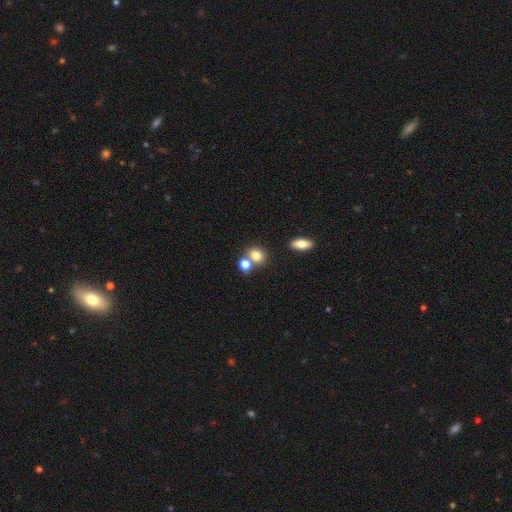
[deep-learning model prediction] smooth 78%, star or artifact 12%, featured or disk 9%. Down the decision tree: how rounded — round (70%); merging — none (53%).